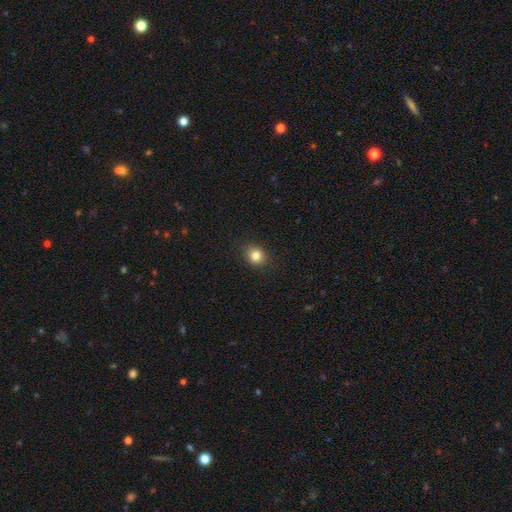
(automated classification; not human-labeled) A smooth galaxy with no disk features (82%) that is round (70%).

Vote fractions:
- Smooth or featured? smooth: 82% / star or artifact: 12% / featured or disk: 7%
- How rounded? round: 70% / in between: 29% / cigar-shaped: 1%
- Merging? none: 89% / minor disturbance: 8% / major disturbance: 2% / merger: 1%